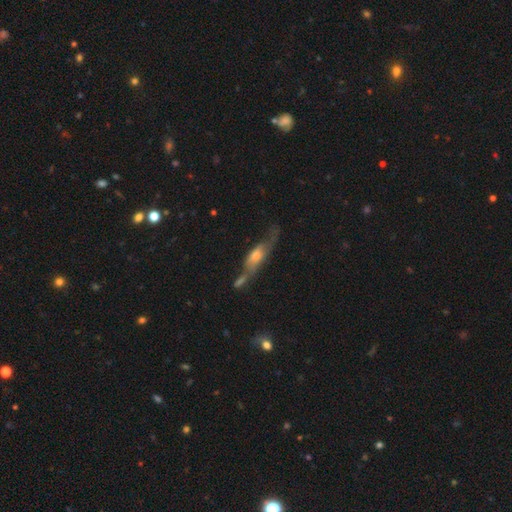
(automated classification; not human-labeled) A featured or disk galaxy (61%) viewed edge-on (61%).

Vote fractions:
- Smooth or featured? featured or disk: 61% / smooth: 30% / star or artifact: 8%
- Edge-on disk? yes: 61% / no: 39%
- Merging? none: 43% / minor disturbance: 23% / merger: 19% / major disturbance: 15%